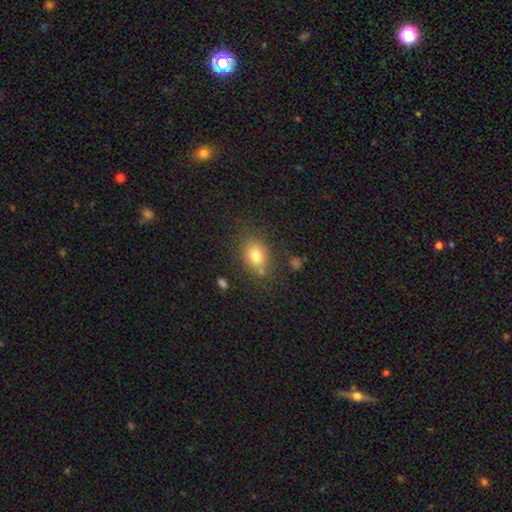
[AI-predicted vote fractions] Smooth or featured? Predicted: smooth (p=0.79). How rounded? Predicted: in between (p=0.54). Merging? Predicted: none (p=0.72).